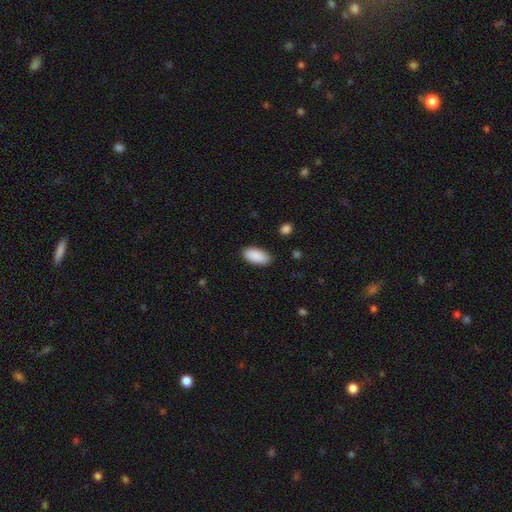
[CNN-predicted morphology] Smooth or featured: smooth — 91% (star or artifact — 6%)
How rounded: in between — 94% (cigar-shaped — 3%)
Merging: none — 87% (minor disturbance — 10%)